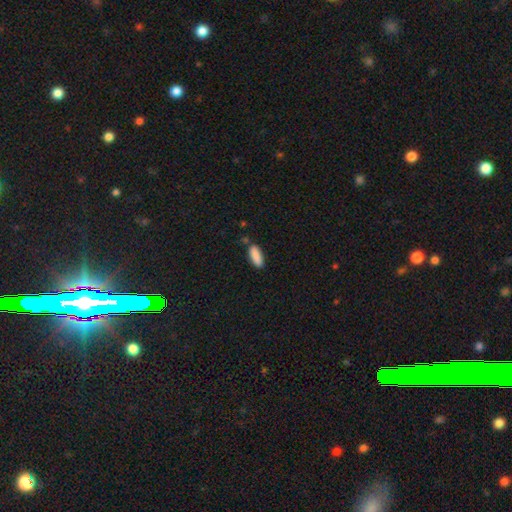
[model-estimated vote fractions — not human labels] A smooth galaxy with no disk features (89%) that is in between round and cigar-shaped (69%).

Vote fractions:
- Smooth or featured? smooth: 89% / star or artifact: 7% / featured or disk: 4%
- How rounded? in between: 69% / cigar-shaped: 29% / round: 2%
- Merging? none: 80% / minor disturbance: 14% / merger: 4% / major disturbance: 3%